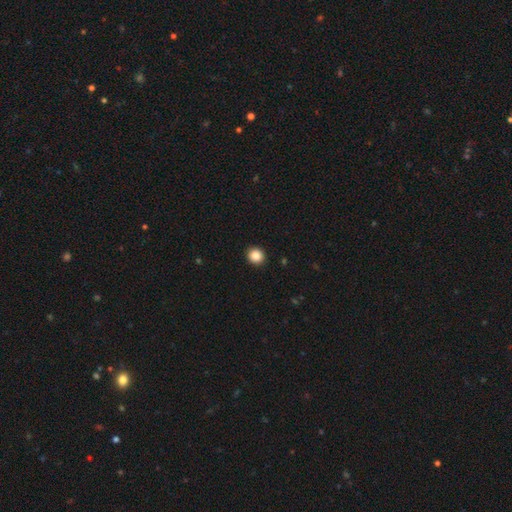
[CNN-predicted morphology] The model was most divided on "how rounded": round: 88%, in between: 11%, cigar-shaped: 1%. More confident: merging — none (93%); smooth or featured — smooth (87%).